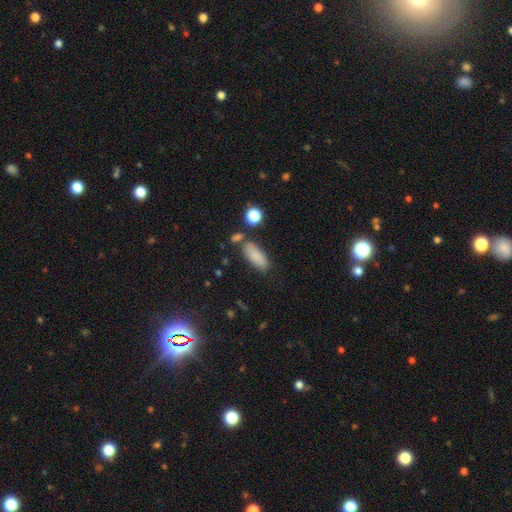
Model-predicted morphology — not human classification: Overall: smooth (85%). How rounded: in between (75%). Merging: none (73%).